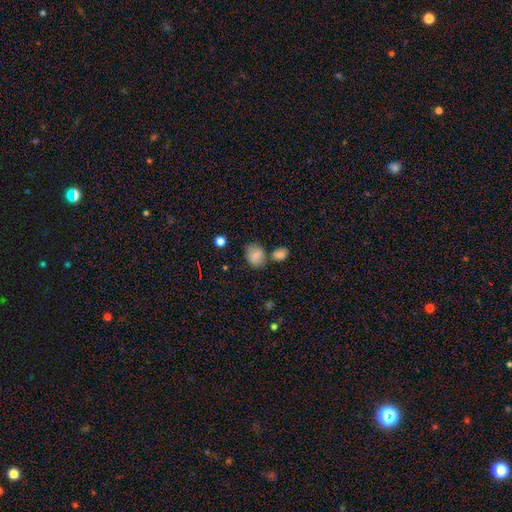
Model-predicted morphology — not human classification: smooth-or-featured: smooth: 78% | star or artifact: 11% | featured or disk: 11%
  how-rounded: in between: 50% | round: 49% | cigar-shaped: 1%
  merging: none: 61% | merger: 19% | minor disturbance: 15% | major disturbance: 4%